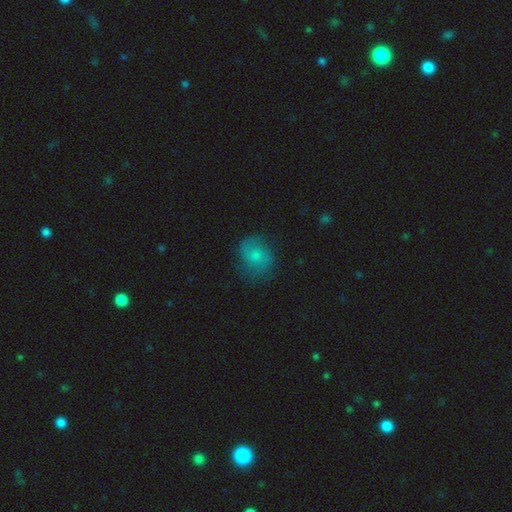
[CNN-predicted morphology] This appears to be a smooth galaxy with no disk features (50%). Merging: none (67%).